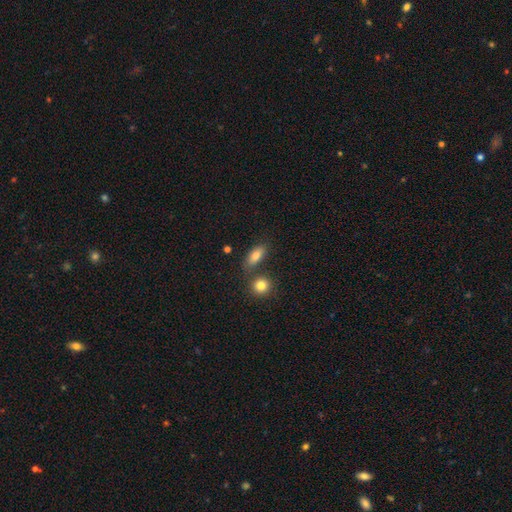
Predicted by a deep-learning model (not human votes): smooth-or-featured: smooth: 81% | featured or disk: 10% | star or artifact: 9%
  how-rounded: in between: 81% | cigar-shaped: 12% | round: 7%
  merging: none: 68% | merger: 16% | minor disturbance: 13% | major disturbance: 4%